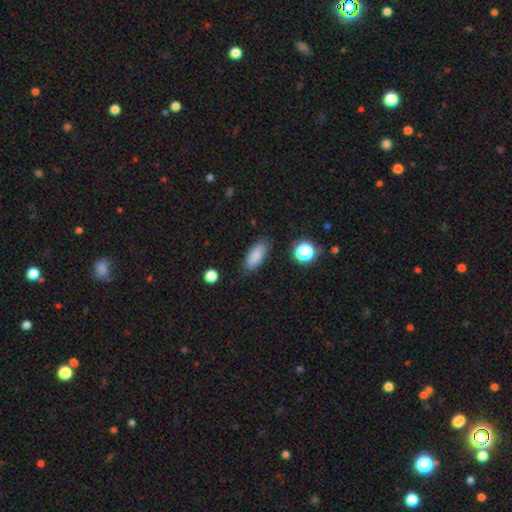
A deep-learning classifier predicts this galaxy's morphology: The model was most divided on "how rounded": in between: 81%, cigar-shaped: 15%, round: 3%. More confident: smooth or featured — smooth (85%); merging — none (83%).